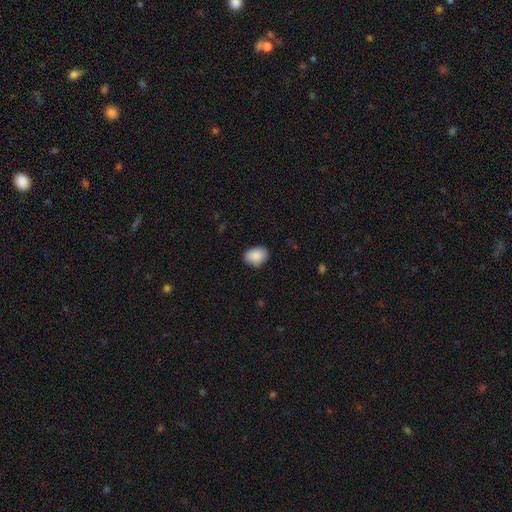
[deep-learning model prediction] A smooth galaxy with no disk features (89%) that is in between round and cigar-shaped (76%). Merging: none (80%).